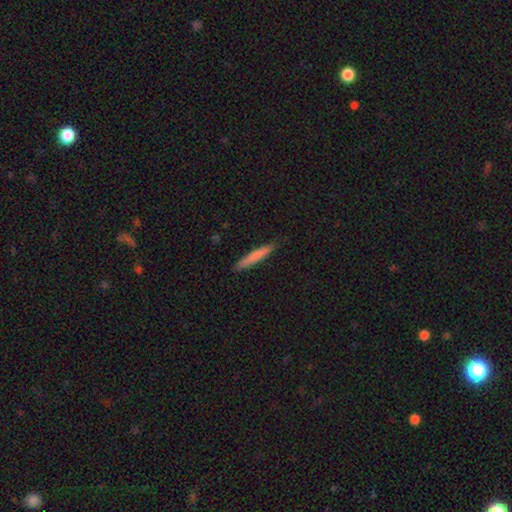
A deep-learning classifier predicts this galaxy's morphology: Q: Smooth or featured?
A: smooth (75%); runner-up: featured or disk (19%)
Q: How rounded?
A: cigar-shaped (95%); runner-up: in between (4%)
Q: Merging?
A: none (89%); runner-up: minor disturbance (9%)